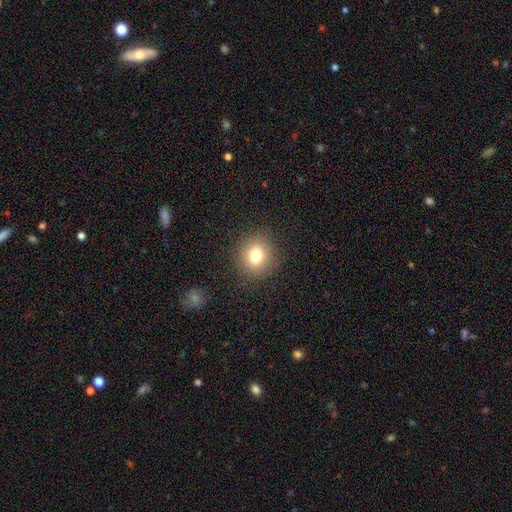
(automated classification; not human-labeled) Smooth or featured?
  - smooth: 77% *
  - star or artifact: 12%
  - featured or disk: 11%
How rounded?
  - round: 82% *
  - in between: 18%
  - cigar-shaped: 1%
Merging?
  - none: 88% *
  - minor disturbance: 8%
  - major disturbance: 3%
  - merger: 1%